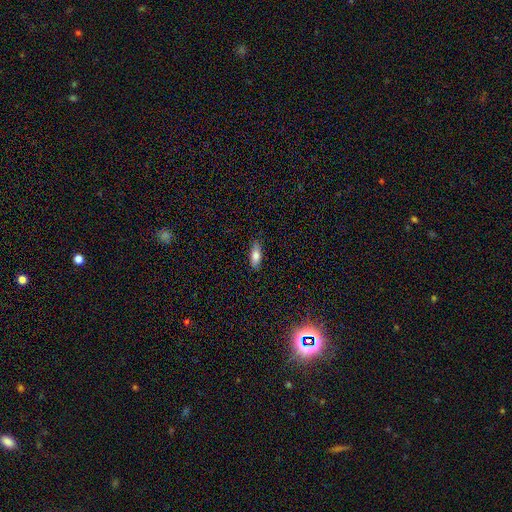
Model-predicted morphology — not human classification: Q: Smooth or featured?
A: smooth (77%); runner-up: featured or disk (16%)
Q: How rounded?
A: in between (65%); runner-up: cigar-shaped (32%)
Q: Merging?
A: none (88%); runner-up: minor disturbance (9%)